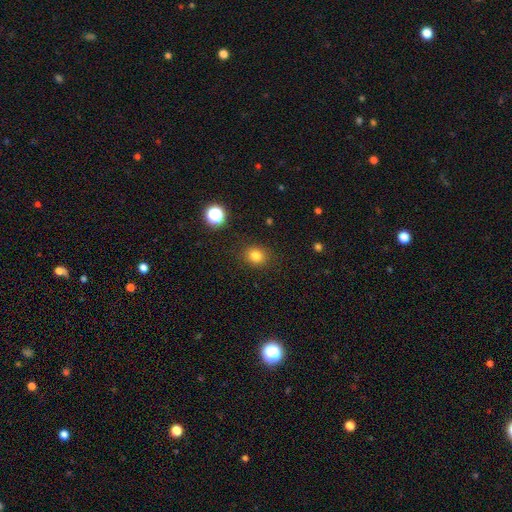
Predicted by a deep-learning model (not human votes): Smooth or featured?
  - smooth: 81% *
  - star or artifact: 14%
  - featured or disk: 5%
How rounded?
  - round: 71% *
  - in between: 28%
  - cigar-shaped: 1%
Merging?
  - none: 86% *
  - minor disturbance: 9%
  - major disturbance: 3%
  - merger: 2%